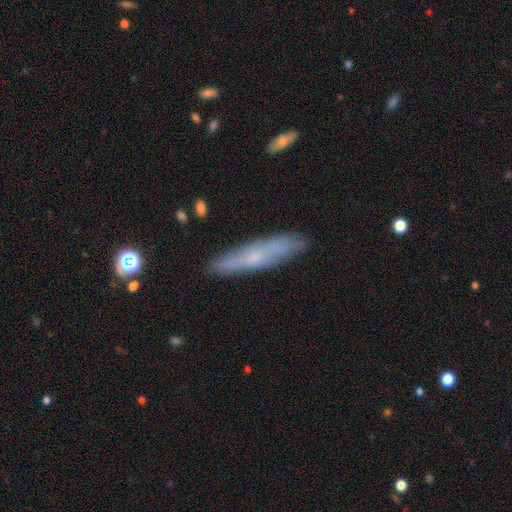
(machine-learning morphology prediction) smooth_or_featured: smooth (p=0.52) [alt: featured or disk p=0.41]
how_rounded: cigar-shaped (p=0.85) [alt: in between p=0.13]
merging: none (p=0.84) [alt: minor disturbance p=0.12]